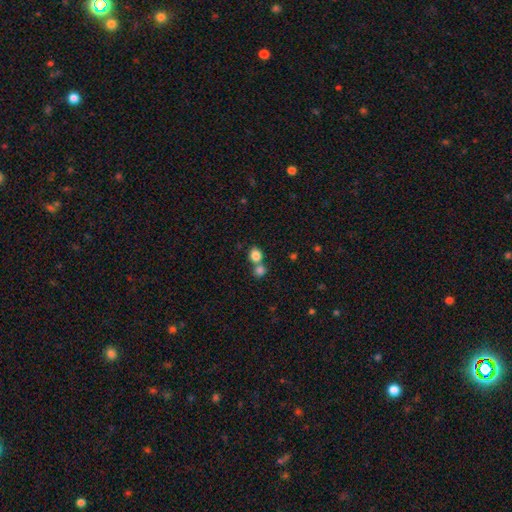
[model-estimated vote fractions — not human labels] Smooth or featured?
  - smooth: 84% *
  - star or artifact: 10%
  - featured or disk: 6%
How rounded?
  - round: 73% *
  - in between: 26%
  - cigar-shaped: 1%
Merging?
  - none: 49% *
  - merger: 41%
  - minor disturbance: 7%
  - major disturbance: 3%